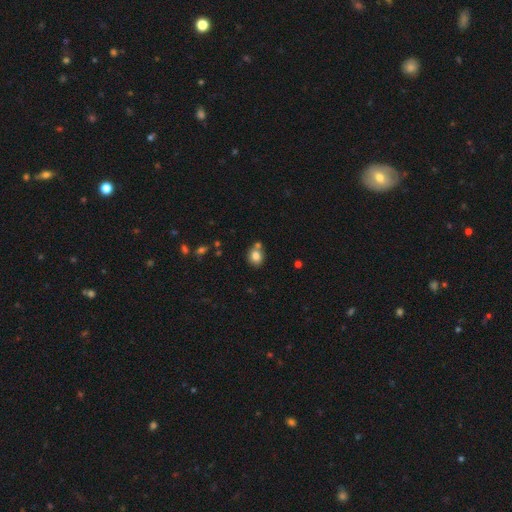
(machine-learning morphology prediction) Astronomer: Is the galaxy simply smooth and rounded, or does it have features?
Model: smooth — 81%.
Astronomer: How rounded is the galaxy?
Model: round — 67%.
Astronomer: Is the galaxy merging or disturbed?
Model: none — 60%.